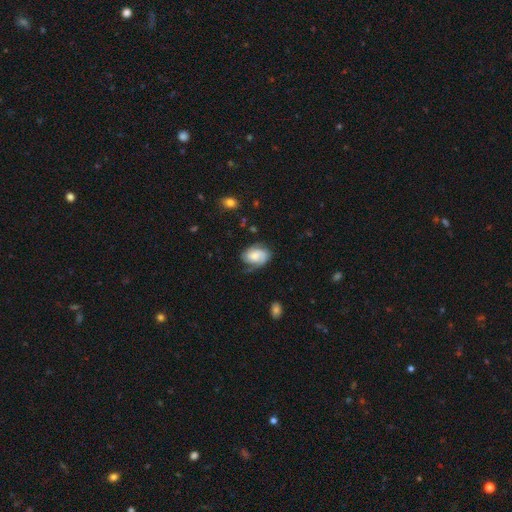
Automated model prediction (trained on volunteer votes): smooth-or-featured: featured or disk: 63% | smooth: 29% | star or artifact: 8%
  disk-edge-on: no: 97% | yes: 3%
    bar: no: 60% | weak: 33% | strong: 7%
    has-spiral-arms: yes: 92% | no: 8%
      spiral-winding: tight: 46% | medium: 38% | loose: 16%
      spiral-arm-count: 2: 60% | can't tell: 17% | 1: 10% | 3: 9% | 4: 2% | more than 4: 2%
    bulge-size: moderate: 36% | small: 27% | large: 18% | none: 15% | dominant: 3%
  merging: none: 62% | minor disturbance: 24% | major disturbance: 12% | merger: 2%